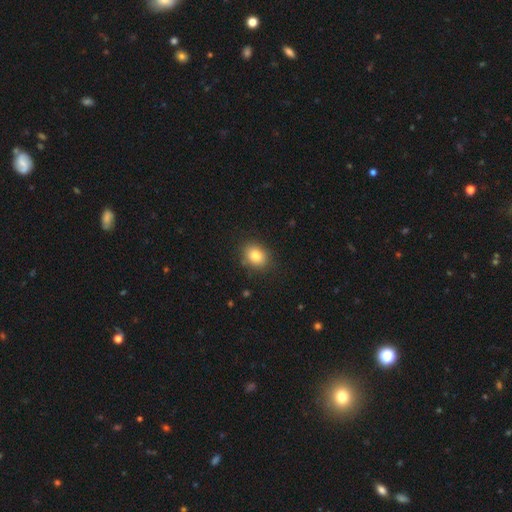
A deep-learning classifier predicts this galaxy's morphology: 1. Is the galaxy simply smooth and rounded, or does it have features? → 82% smooth, 10% star or artifact, 8% featured or disk.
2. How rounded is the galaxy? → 50% round, 49% in between, 1% cigar-shaped.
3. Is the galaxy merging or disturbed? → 86% none, 10% minor disturbance, 3% major disturbance, 1% merger.